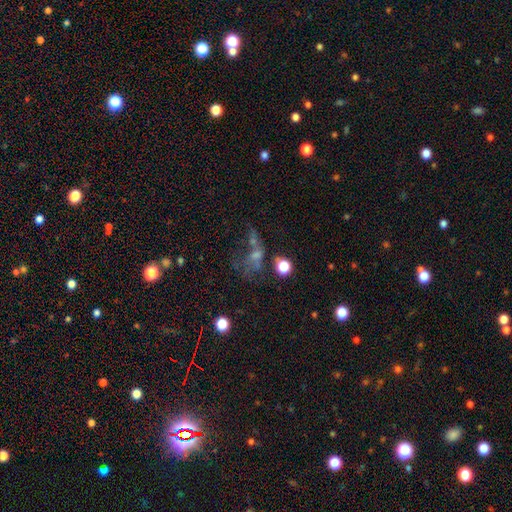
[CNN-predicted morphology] Smooth or featured? featured or disk (35%)
Merging? major disturbance (33%)